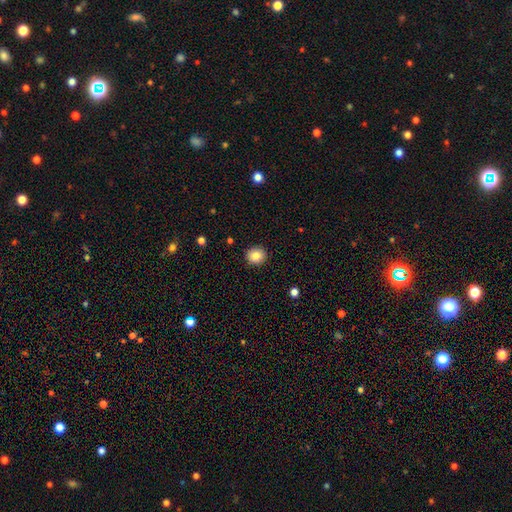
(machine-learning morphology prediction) The model was most divided on "how rounded": round: 86%, in between: 13%, cigar-shaped: 1%. More confident: merging — none (91%); smooth or featured — smooth (86%).